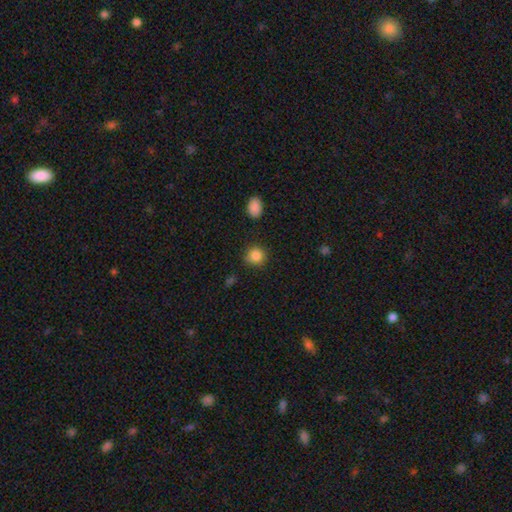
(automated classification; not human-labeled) Smooth or featured? Predicted: smooth (p=0.86). How rounded? Predicted: round (p=0.89). Merging? Predicted: none (p=0.87).